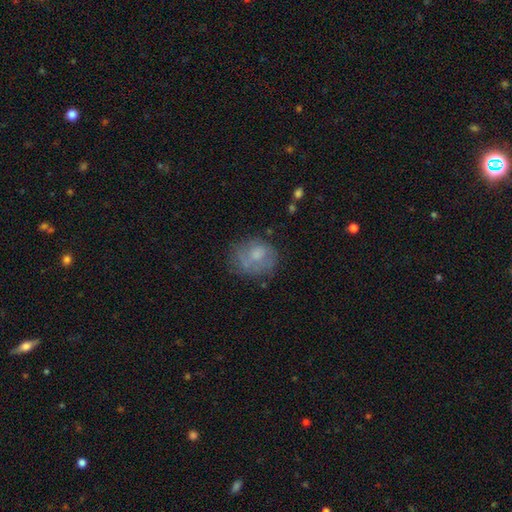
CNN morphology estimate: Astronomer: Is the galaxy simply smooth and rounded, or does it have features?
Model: smooth — 55% (runner-up: featured or disk, 35%).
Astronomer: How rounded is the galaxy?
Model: round — 65%.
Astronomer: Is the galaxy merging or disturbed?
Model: none — 57%.